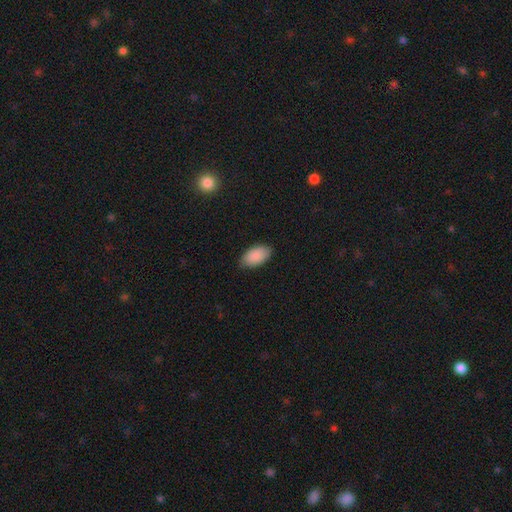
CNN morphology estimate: Overall: smooth (90%). How rounded: in between (95%). Merging: none (82%).